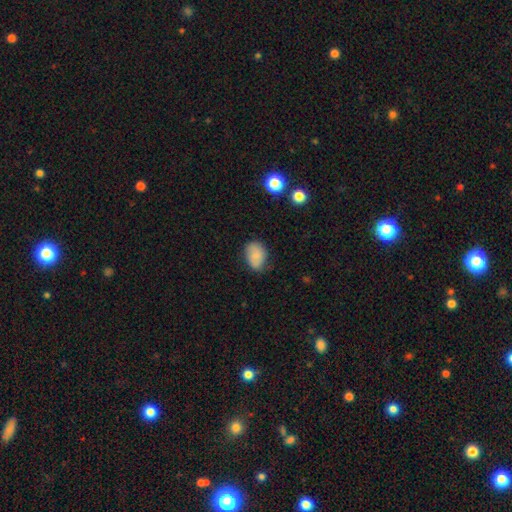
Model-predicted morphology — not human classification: Smooth or featured?
  - smooth: 77% *
  - featured or disk: 14%
  - star or artifact: 9%
How rounded?
  - in between: 75% *
  - round: 24%
  - cigar-shaped: 1%
Merging?
  - none: 69% *
  - minor disturbance: 24%
  - major disturbance: 5%
  - merger: 2%